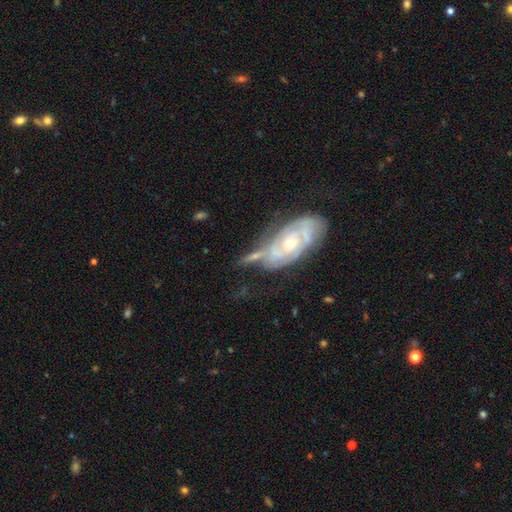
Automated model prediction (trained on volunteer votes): featured or disk 81%, smooth 12%, star or artifact 7%. Down the decision tree: edge-on disk — no (93%); bar — no (73%); spiral arms — yes (88%); spiral arm count — 2 (44%); spiral winding — tight (63%); bulge size — small (51%); merging — none (44%).